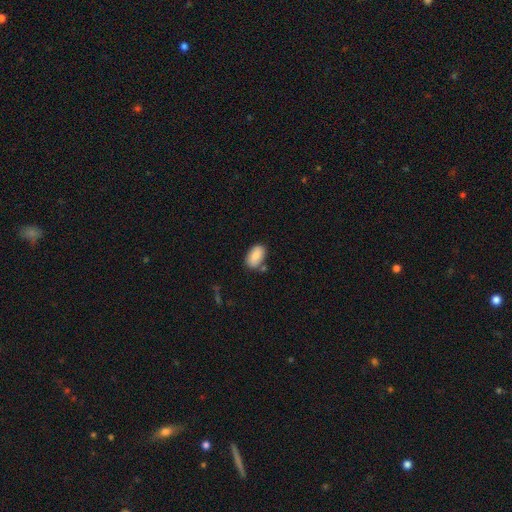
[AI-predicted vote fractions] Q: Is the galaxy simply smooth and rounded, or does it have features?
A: smooth — 82%.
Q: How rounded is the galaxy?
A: in between — 92%.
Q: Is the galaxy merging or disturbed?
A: none — 70%.